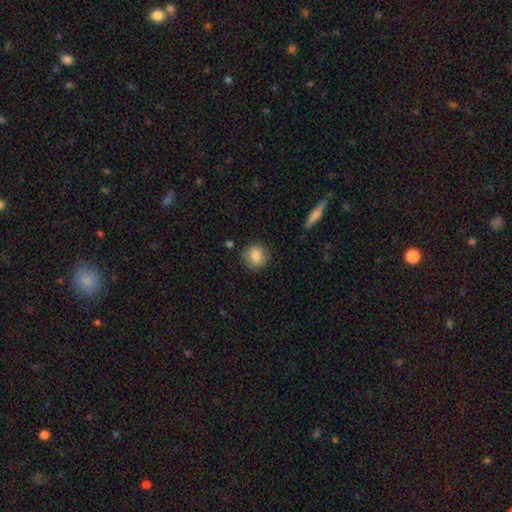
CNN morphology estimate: smooth_or_featured: smooth (p=0.85) [alt: star or artifact p=0.08]
how_rounded: round (p=0.88) [alt: in between p=0.11]
merging: none (p=0.85) [alt: minor disturbance p=0.11]